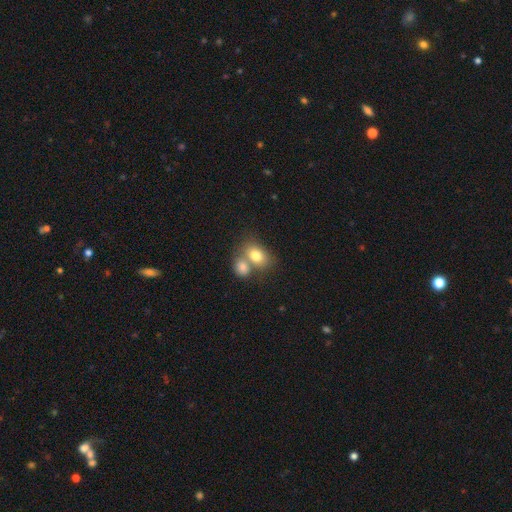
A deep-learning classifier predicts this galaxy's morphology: type=smooth (78%); roundness=in between (66%); merging=merger (55%).